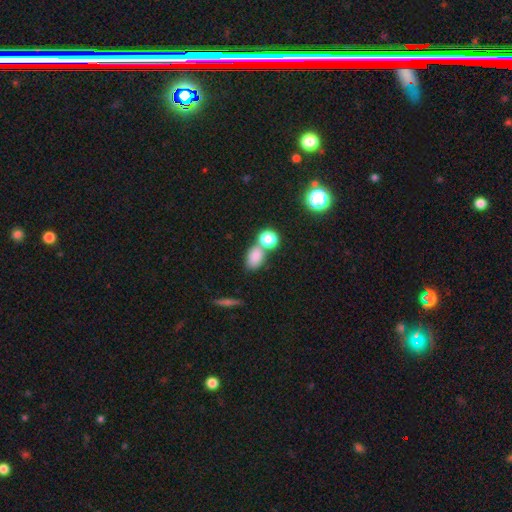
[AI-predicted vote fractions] Q: Smooth or featured?
A: smooth (81%); runner-up: star or artifact (12%)
Q: How rounded?
A: in between (75%); runner-up: round (23%)
Q: Merging?
A: none (48%); runner-up: merger (37%)